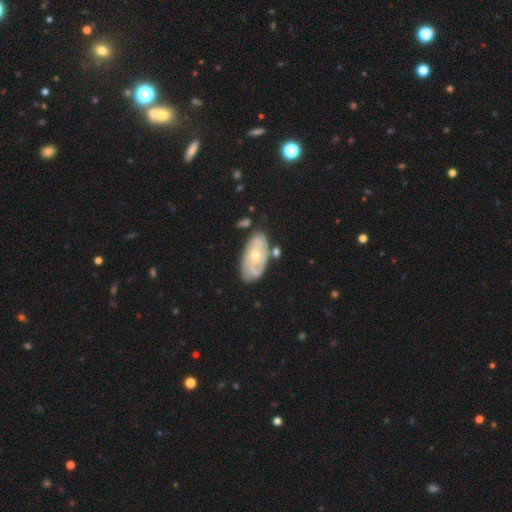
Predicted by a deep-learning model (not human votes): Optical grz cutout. It shows a featured or disk galaxy (72%) with no bar (78%), tight (68%) spiral arms (79%) and a moderate central bulge (50%). Merging: none (68%).